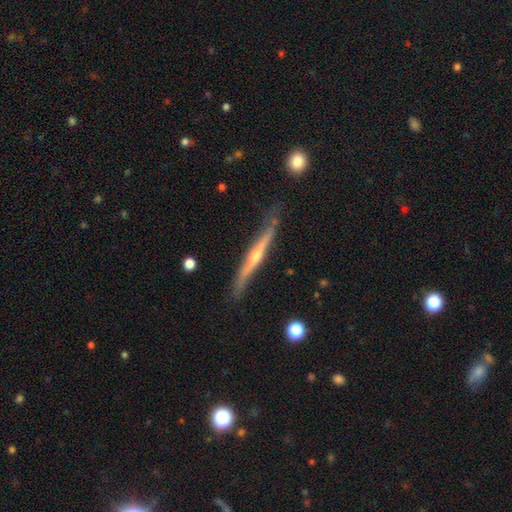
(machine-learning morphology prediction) Q: Smooth or featured?
A: featured or disk (77%); runner-up: smooth (17%)
Q: Edge-on disk?
A: yes (97%); runner-up: no (3%)
Q: Edge-on bulge?
A: rounded (77%); runner-up: none (19%)
Q: Merging?
A: none (84%); runner-up: minor disturbance (12%)